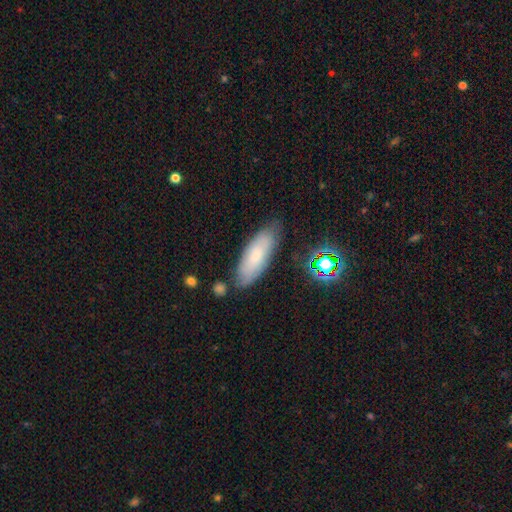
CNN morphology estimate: smooth_or_featured: smooth (p=0.70) [alt: featured or disk p=0.20]
how_rounded: in between (p=0.65) [alt: cigar-shaped p=0.33]
merging: none (p=0.75) [alt: minor disturbance p=0.17]